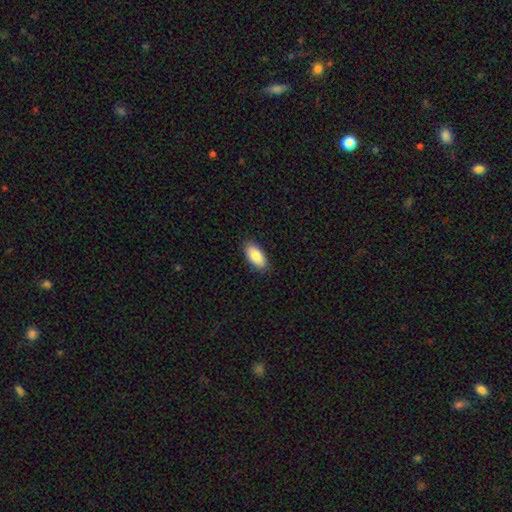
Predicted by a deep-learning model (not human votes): This appears to be a smooth galaxy with no disk features (86%) that is in between round and cigar-shaped (92%). Merging: none (88%).